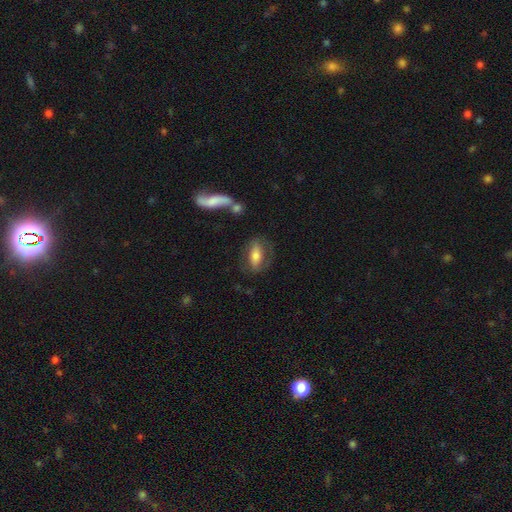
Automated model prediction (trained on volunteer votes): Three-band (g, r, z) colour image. It shows a smooth galaxy with no disk features (57%) that is in between round and cigar-shaped (74%). Merging: none (65%).